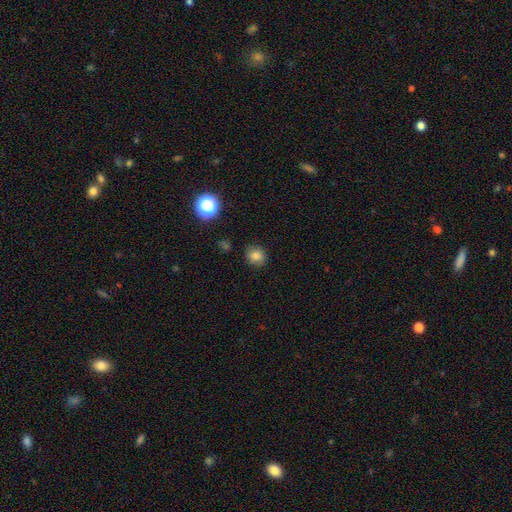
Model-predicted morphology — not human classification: A smooth galaxy with no disk features (80%) that is round (83%).

Vote fractions:
- Smooth or featured? smooth: 80% / star or artifact: 14% / featured or disk: 6%
- How rounded? round: 83% / in between: 16% / cigar-shaped: 1%
- Merging? none: 85% / minor disturbance: 10% / major disturbance: 3% / merger: 2%